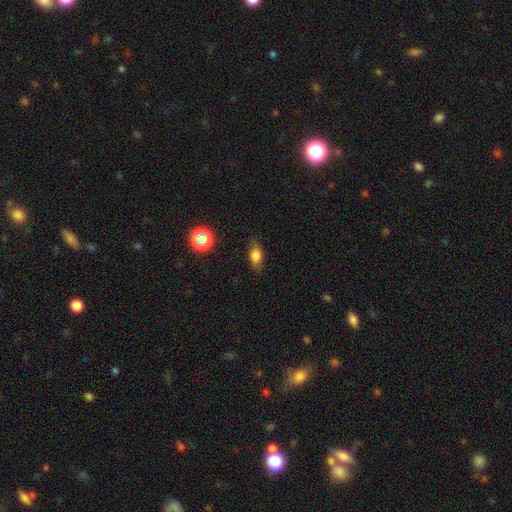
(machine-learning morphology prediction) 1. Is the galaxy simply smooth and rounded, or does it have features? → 76% smooth, 13% featured or disk, 11% star or artifact.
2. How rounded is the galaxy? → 78% in between, 11% round, 11% cigar-shaped.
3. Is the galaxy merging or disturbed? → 81% none, 15% minor disturbance, 4% major disturbance, 1% merger.